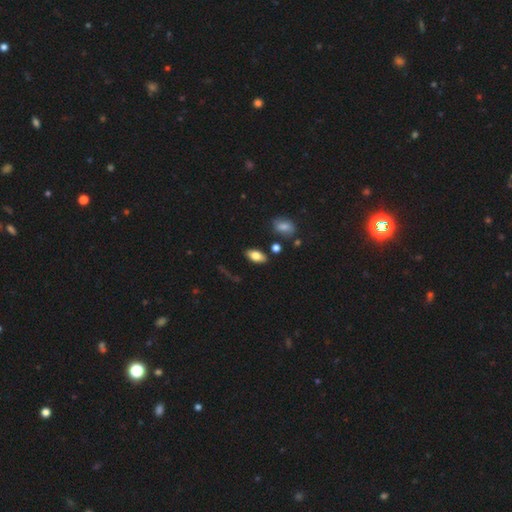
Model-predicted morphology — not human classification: Q: Smooth or featured?
A: smooth (77%); runner-up: featured or disk (15%)
Q: How rounded?
A: in between (90%); runner-up: cigar-shaped (5%)
Q: Merging?
A: none (83%); runner-up: minor disturbance (11%)